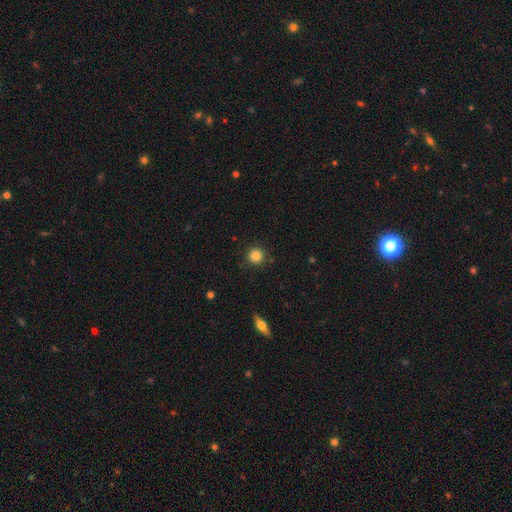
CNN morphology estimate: Smooth or featured: smooth — 84% (star or artifact — 11%)
How rounded: round — 94% (in between — 5%)
Merging: none — 90% (minor disturbance — 7%)